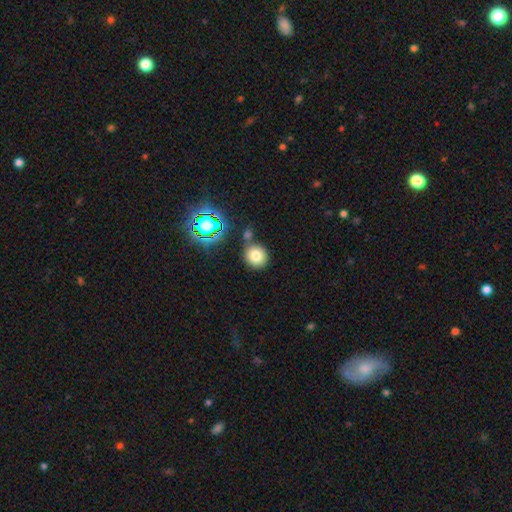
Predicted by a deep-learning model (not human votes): This is likely a smooth galaxy (77%). How rounded: clearly round (87%). Merging: likely none (72%).